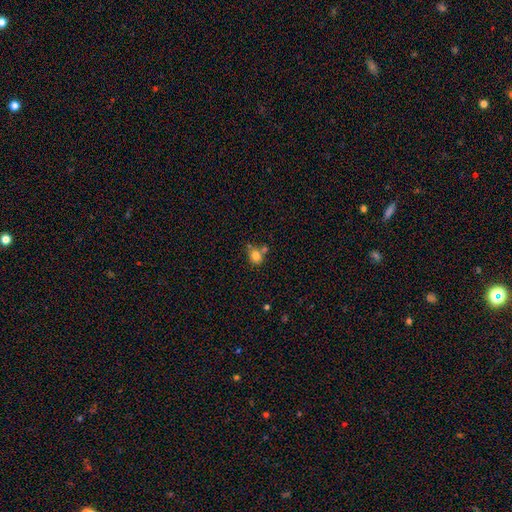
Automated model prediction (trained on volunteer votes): Smooth or featured?
  - smooth: 80% *
  - star or artifact: 12%
  - featured or disk: 8%
How rounded?
  - round: 69% *
  - in between: 30%
  - cigar-shaped: 1%
Merging?
  - none: 54% *
  - merger: 27%
  - minor disturbance: 14%
  - major disturbance: 5%